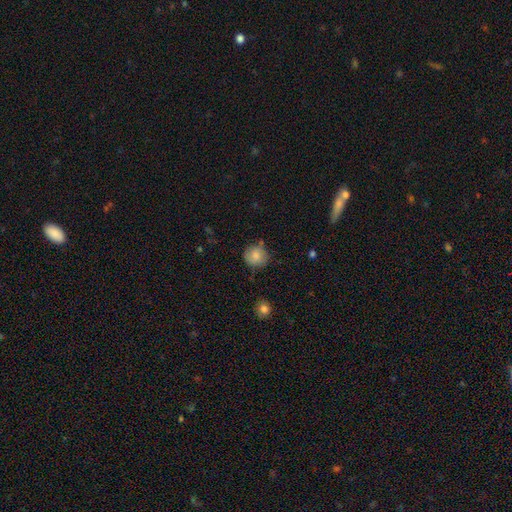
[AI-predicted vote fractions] Morphology: type=smooth (79%); roundness=round (88%); merging=none (75%).